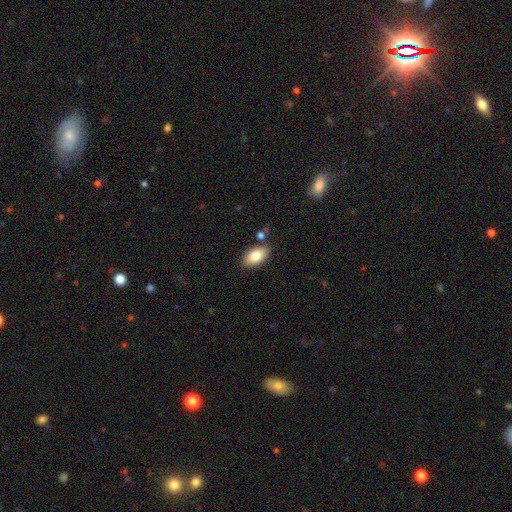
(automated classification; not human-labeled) Overall: smooth (83%). How rounded: in between (94%). Merging: none (82%).